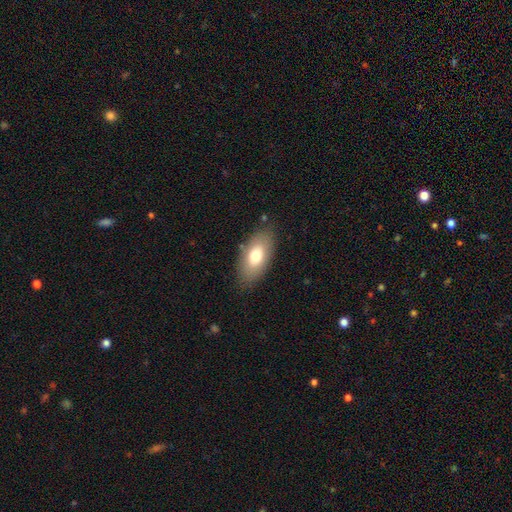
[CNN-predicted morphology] A smooth galaxy with no disk features (73%) that is in between round and cigar-shaped (91%).

Vote fractions:
- Smooth or featured? smooth: 73% / featured or disk: 20% / star or artifact: 7%
- How rounded? in between: 91% / cigar-shaped: 5% / round: 4%
- Merging? none: 82% / minor disturbance: 13% / major disturbance: 3% / merger: 2%